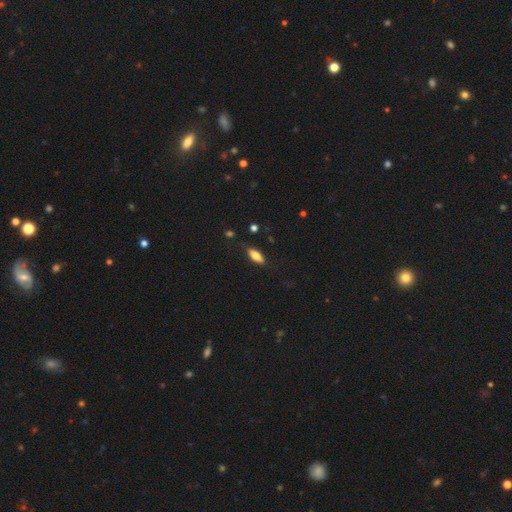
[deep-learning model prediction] A smooth galaxy with no disk features (70%) that is in between round and cigar-shaped (74%). Merging: none (82%).